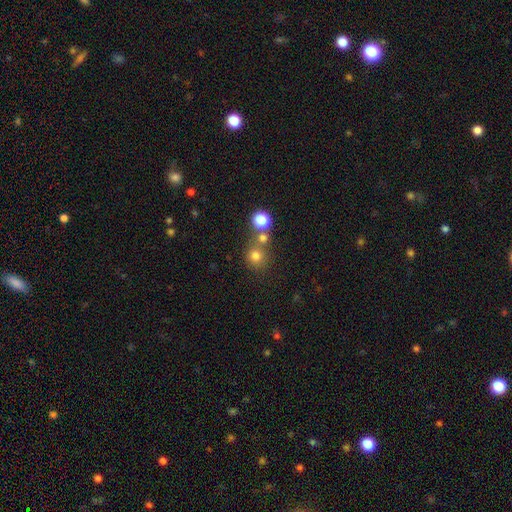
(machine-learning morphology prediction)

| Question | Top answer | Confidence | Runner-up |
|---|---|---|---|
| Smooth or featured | smooth | 74% | star or artifact (18%) |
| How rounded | round | 90% | in between (9%) |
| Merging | none | 64% | merger (24%) |